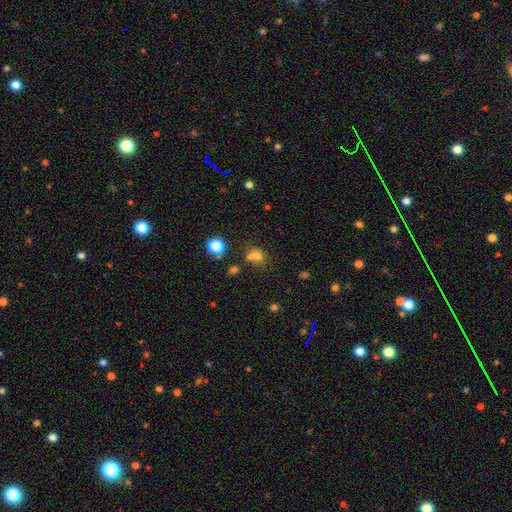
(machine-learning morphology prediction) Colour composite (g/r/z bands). It shows a smooth galaxy with no disk features (70%) that is round (64%). Merging: none (42%).